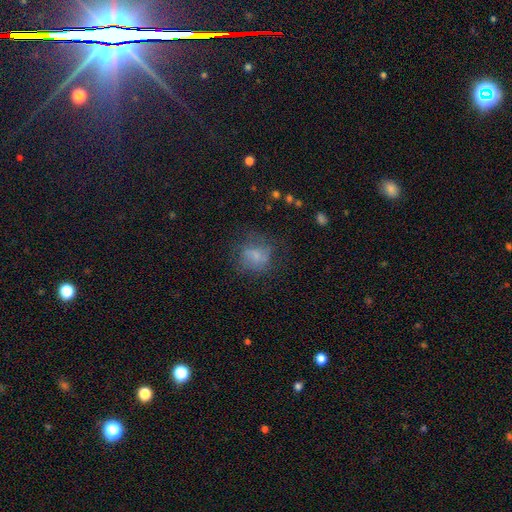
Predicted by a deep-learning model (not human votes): Smooth or featured: smooth — 63% (featured or disk — 23%)
How rounded: round — 70% (in between — 29%)
Merging: none — 57% (minor disturbance — 22%)